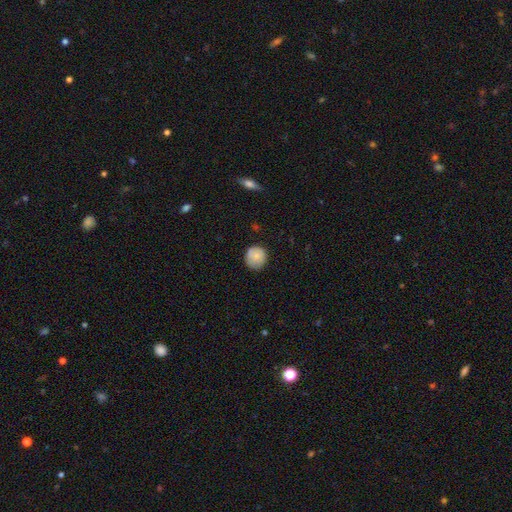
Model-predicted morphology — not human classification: smooth 82%, featured or disk 11%, star or artifact 8%. Down the decision tree: how rounded — round (90%); merging — none (79%).